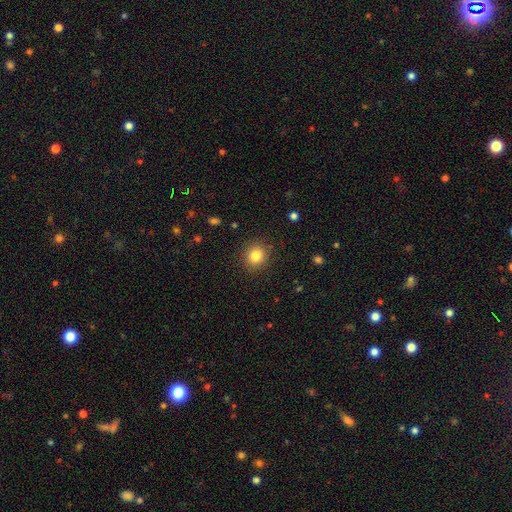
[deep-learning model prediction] Smooth or featured: smooth — 83% (star or artifact — 11%)
How rounded: round — 85% (in between — 14%)
Merging: none — 89% (minor disturbance — 7%)